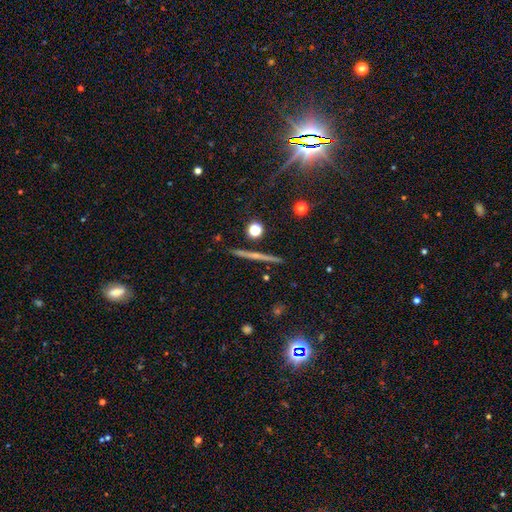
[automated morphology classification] Smooth or featured?
  - featured or disk: 63% *
  - smooth: 21%
  - star or artifact: 16%
Edge-on disk?
  - yes: 97% *
  - no: 3%
Edge-on bulge?
  - none: 56% *
  - rounded: 36%
  - boxy: 8%
Merging?
  - none: 91% *
  - minor disturbance: 6%
  - merger: 2%
  - major disturbance: 2%